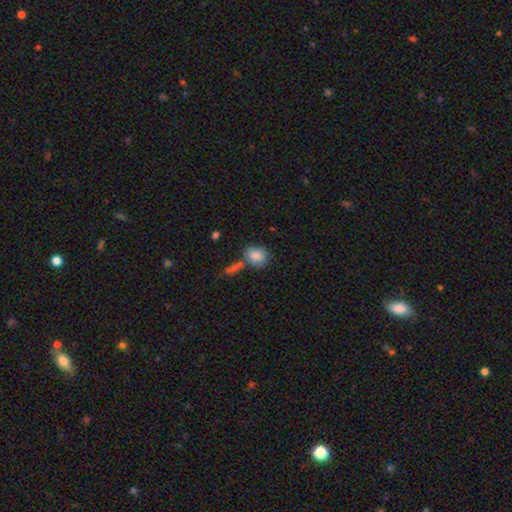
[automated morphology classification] Smooth or featured? Predicted: smooth (p=0.85). How rounded? Predicted: round (p=0.50). Merging? Predicted: none (p=0.61).